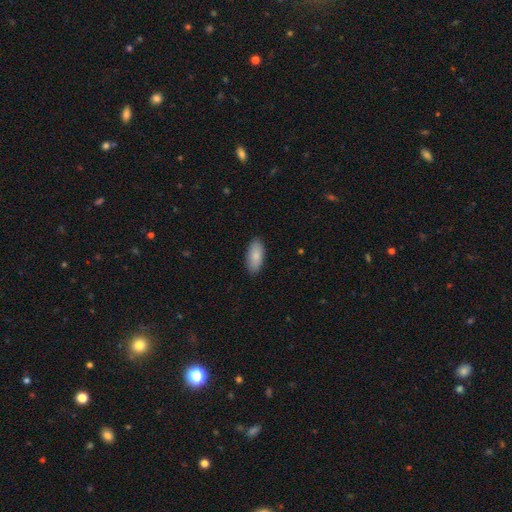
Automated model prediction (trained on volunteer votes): Smooth or featured? Predicted: smooth (p=0.88). How rounded? Predicted: in between (p=0.89). Merging? Predicted: none (p=0.88).